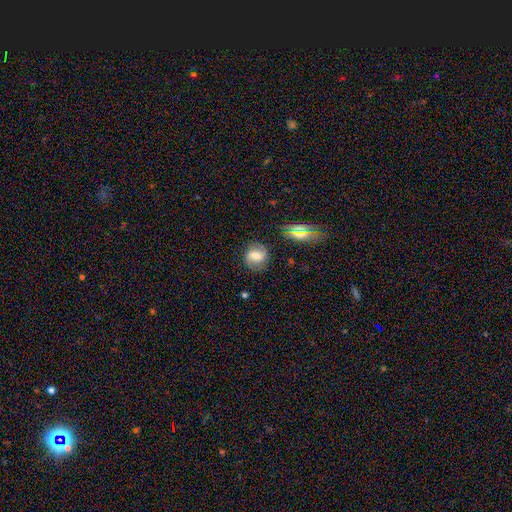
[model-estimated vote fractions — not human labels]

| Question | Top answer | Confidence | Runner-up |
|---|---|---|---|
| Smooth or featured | featured or disk | 57% | smooth (32%) |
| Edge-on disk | no | 96% | yes (4%) |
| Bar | weak | 45% | strong (30%) |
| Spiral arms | yes | 88% | no (12%) |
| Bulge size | moderate | 61% | small (25%) |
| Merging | none | 82% | minor disturbance (12%) |